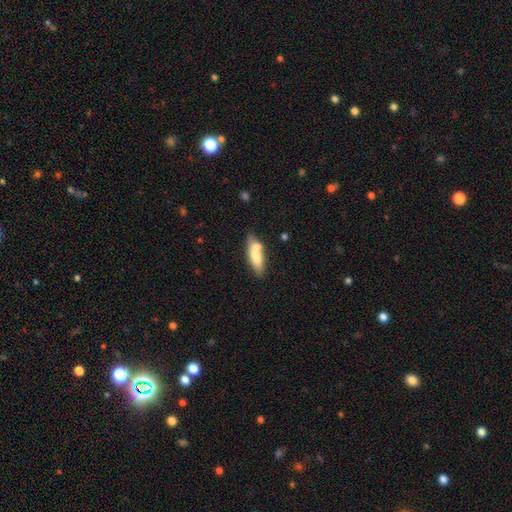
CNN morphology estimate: Q: Smooth or featured?
A: smooth (73%); runner-up: featured or disk (20%)
Q: How rounded?
A: in between (52%); runner-up: cigar-shaped (47%)
Q: Merging?
A: none (57%); runner-up: minor disturbance (20%)